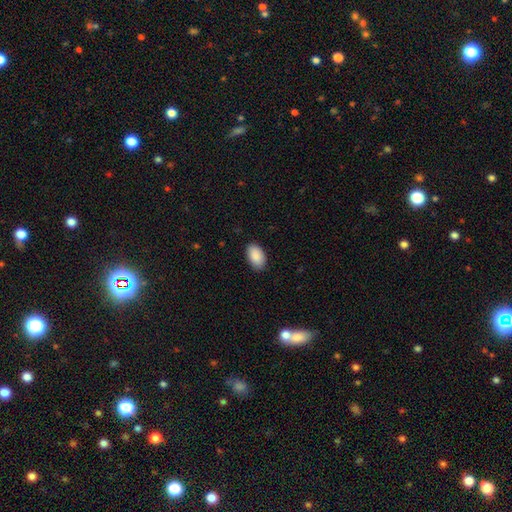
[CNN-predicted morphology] The model was most divided on "merging": none: 87%, minor disturbance: 10%, major disturbance: 2%, merger: 1%. More confident: how rounded — in between (94%); smooth or featured — smooth (90%).